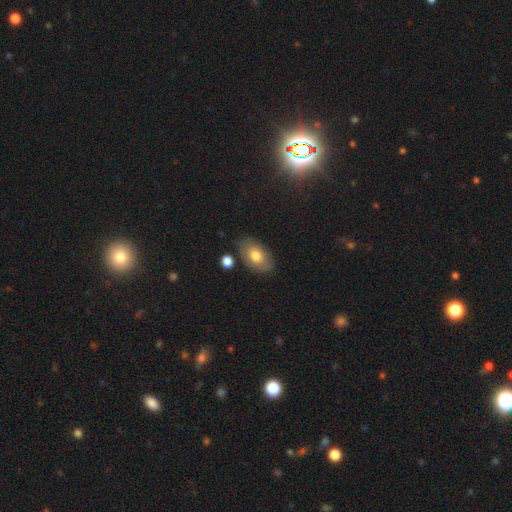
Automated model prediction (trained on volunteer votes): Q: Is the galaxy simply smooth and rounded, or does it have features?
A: smooth — 74%.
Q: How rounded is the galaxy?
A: in between — 91%.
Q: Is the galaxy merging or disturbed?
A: none — 75%.